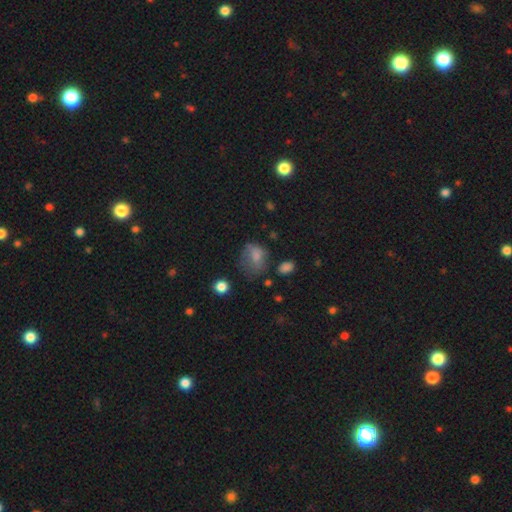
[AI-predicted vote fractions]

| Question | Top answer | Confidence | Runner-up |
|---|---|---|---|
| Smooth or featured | smooth | 73% | featured or disk (15%) |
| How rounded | in between | 59% | round (40%) |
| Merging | none | 40% | minor disturbance (30%) |